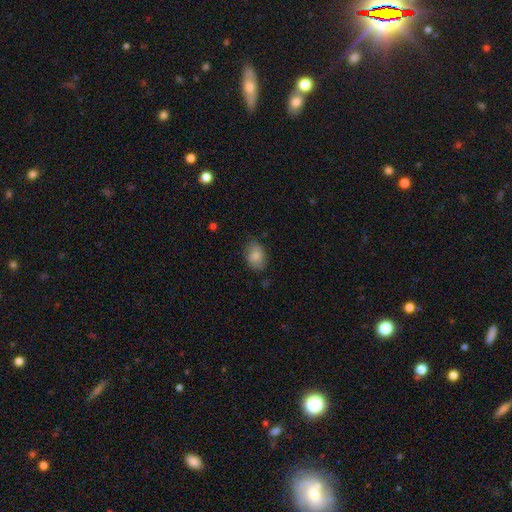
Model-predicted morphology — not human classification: smooth_or_featured: smooth (p=0.84) [alt: featured or disk p=0.08]
how_rounded: in between (p=0.77) [alt: round p=0.22]
merging: none (p=0.79) [alt: minor disturbance p=0.17]